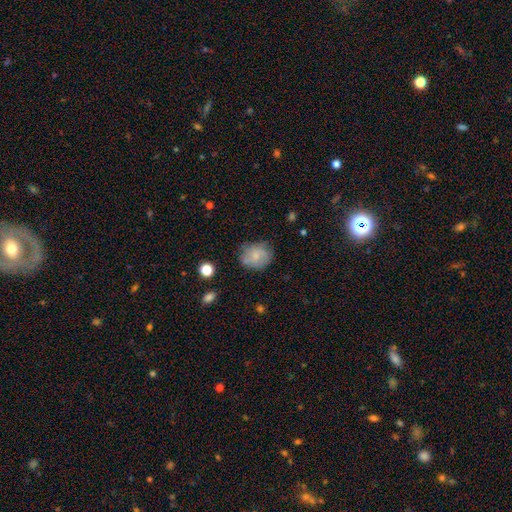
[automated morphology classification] Overall: smooth (66%; featured or disk 26%). How rounded: round (66%; in between 33%). Merging: none (68%).